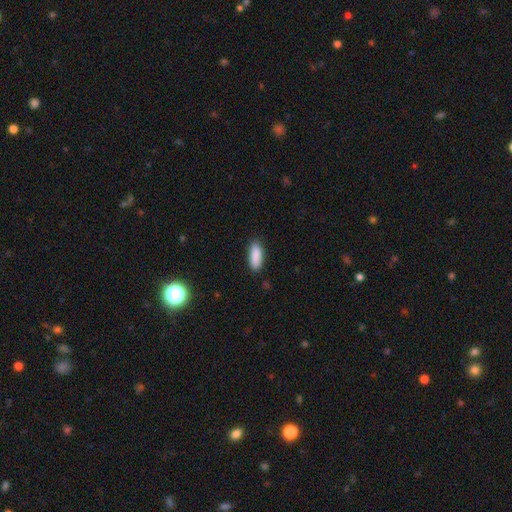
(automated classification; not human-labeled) Overall: smooth (89%). How rounded: in between (71%). Merging: none (86%).